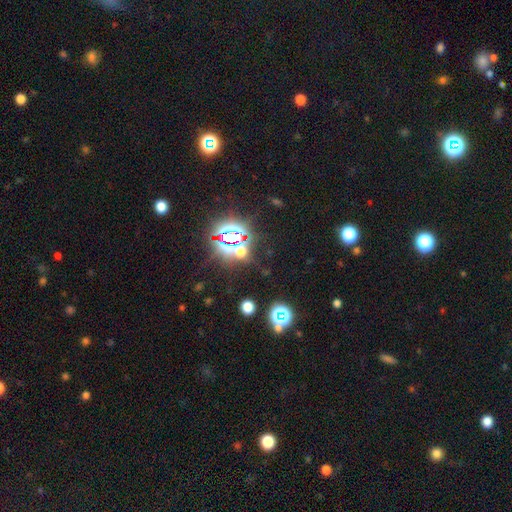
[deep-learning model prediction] Smooth or featured?
  - star or artifact: 83% *
  - smooth: 11%
  - featured or disk: 6%